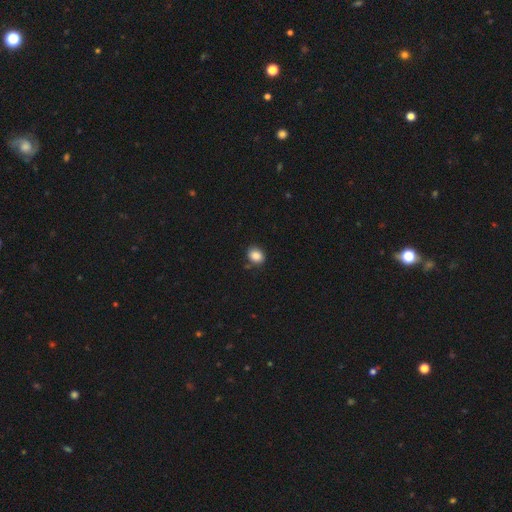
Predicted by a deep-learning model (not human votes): Q: Smooth or featured?
A: smooth (86%); runner-up: star or artifact (10%)
Q: How rounded?
A: round (57%); runner-up: in between (42%)
Q: Merging?
A: none (83%); runner-up: minor disturbance (11%)